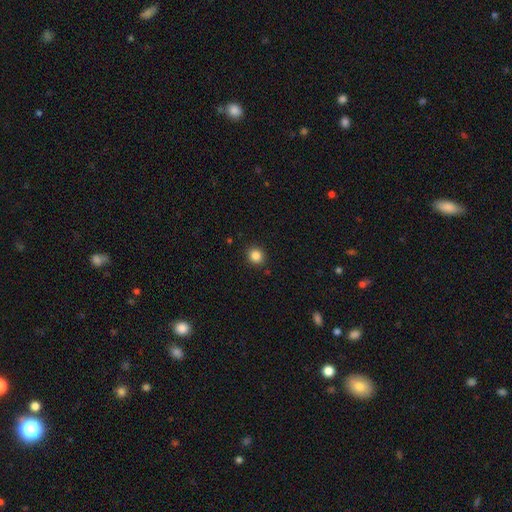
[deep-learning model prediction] Smooth or featured: smooth — 85% (star or artifact — 11%)
How rounded: round — 81% (in between — 18%)
Merging: none — 90% (minor disturbance — 7%)